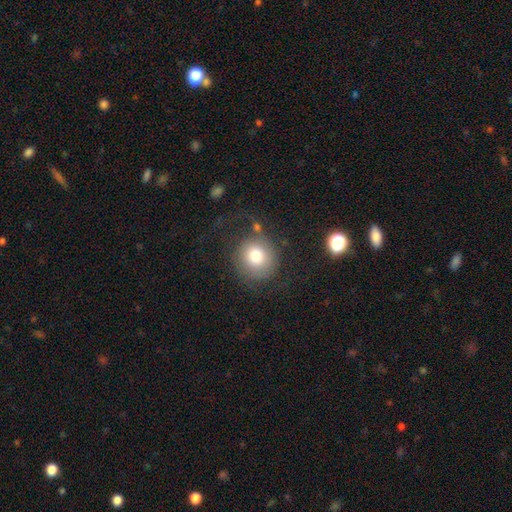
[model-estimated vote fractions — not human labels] Overall: smooth (73%). How rounded: round (89%). Merging: none (59%; major disturbance 20%).